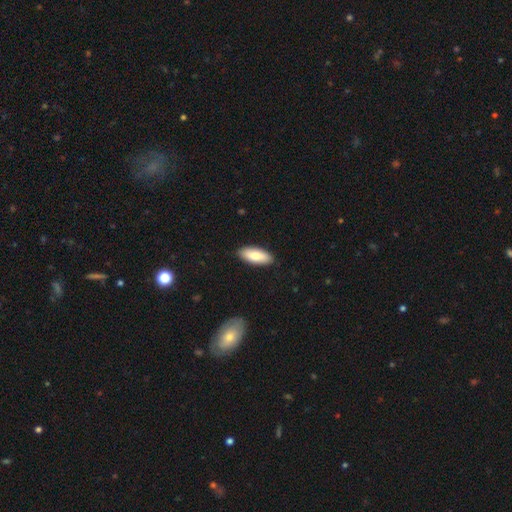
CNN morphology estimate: Overall: smooth (79%). How rounded: in between (80%). Merging: none (89%).